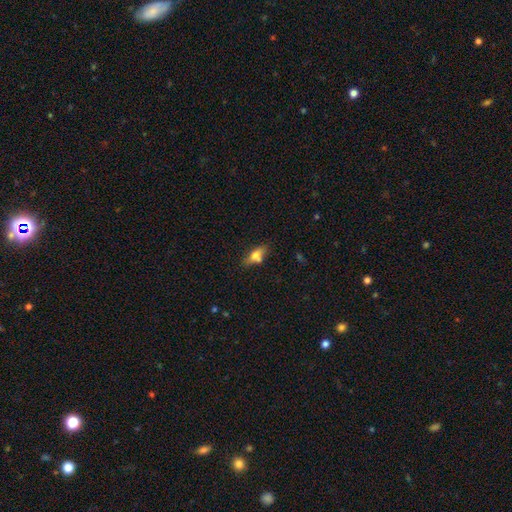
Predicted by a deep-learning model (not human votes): Overall: smooth (60%; featured or disk 30%). How rounded: in between (70%). Merging: none (60%).